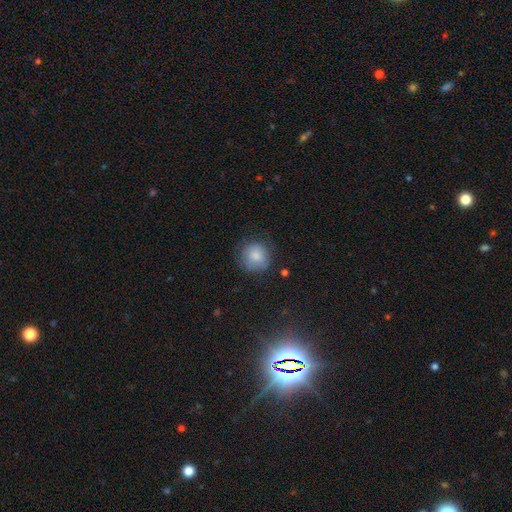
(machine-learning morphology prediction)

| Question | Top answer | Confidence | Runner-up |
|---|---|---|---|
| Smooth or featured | smooth | 81% | featured or disk (11%) |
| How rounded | round | 88% | in between (11%) |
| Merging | none | 71% | minor disturbance (20%) |